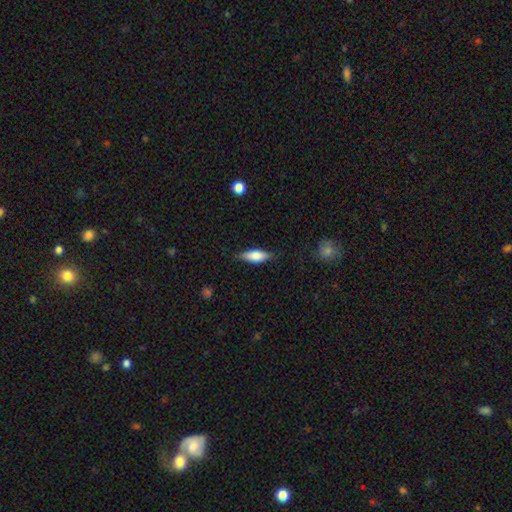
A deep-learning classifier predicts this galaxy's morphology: smooth_or_featured: smooth (p=0.74) [alt: featured or disk p=0.20]
how_rounded: in between (p=0.66) [alt: cigar-shaped p=0.32]
merging: none (p=0.80) [alt: minor disturbance p=0.15]